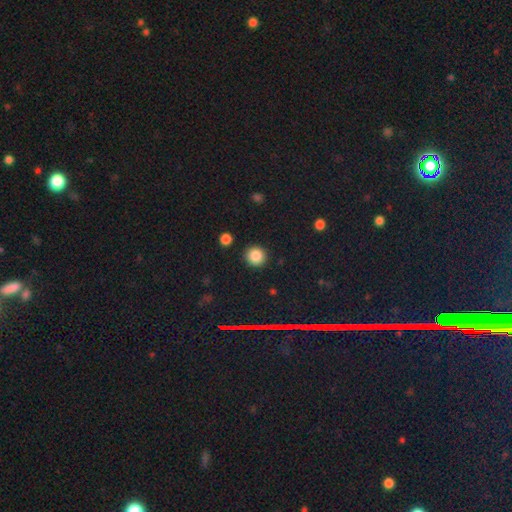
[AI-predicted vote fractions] A smooth galaxy with no disk features (85%) that is round (94%).

Vote fractions:
- Smooth or featured? smooth: 85% / star or artifact: 10% / featured or disk: 4%
- How rounded? round: 94% / in between: 5% / cigar-shaped: 1%
- Merging? none: 91% / minor disturbance: 5% / major disturbance: 2% / merger: 2%